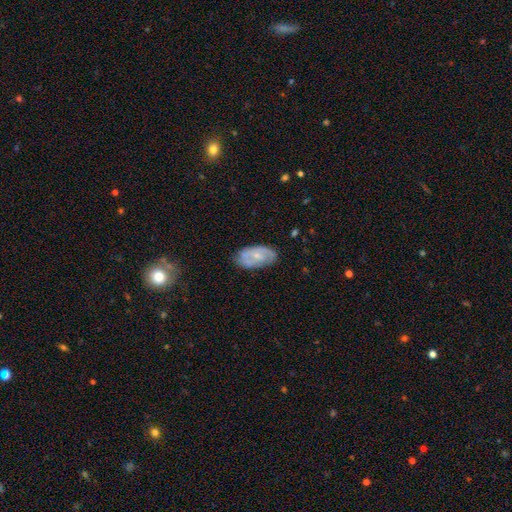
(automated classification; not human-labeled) Q: Smooth or featured?
A: featured or disk (61%); runner-up: smooth (32%)
Q: Edge-on disk?
A: no (94%); runner-up: yes (6%)
Q: Bar?
A: no (56%); runner-up: weak (35%)
Q: Spiral arms?
A: yes (78%); runner-up: no (22%)
Q: Bulge size?
A: small (69%); runner-up: moderate (23%)
Q: Merging?
A: none (74%); runner-up: minor disturbance (20%)